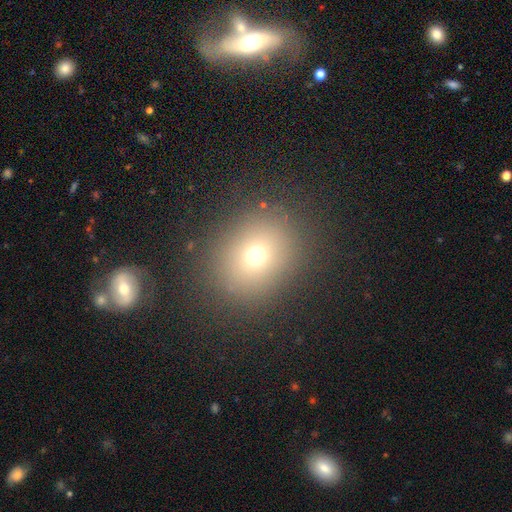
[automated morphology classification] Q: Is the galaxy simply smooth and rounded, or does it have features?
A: smooth — 69%.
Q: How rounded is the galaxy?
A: round — 69%.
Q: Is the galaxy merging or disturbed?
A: none — 85%.